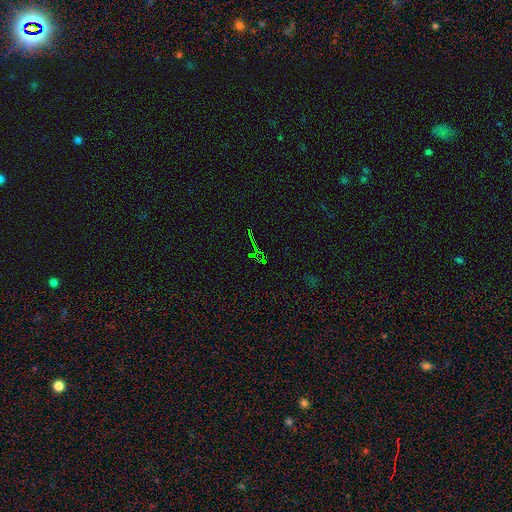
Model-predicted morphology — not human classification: star or artifact 78%, smooth 11%, featured or disk 11%.